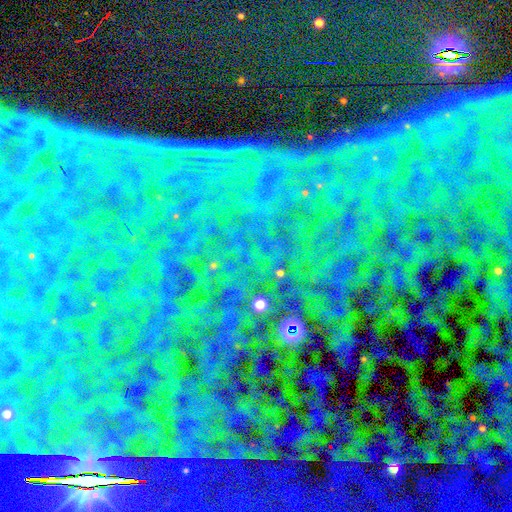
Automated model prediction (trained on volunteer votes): Morphology: type=star or artifact (87%).